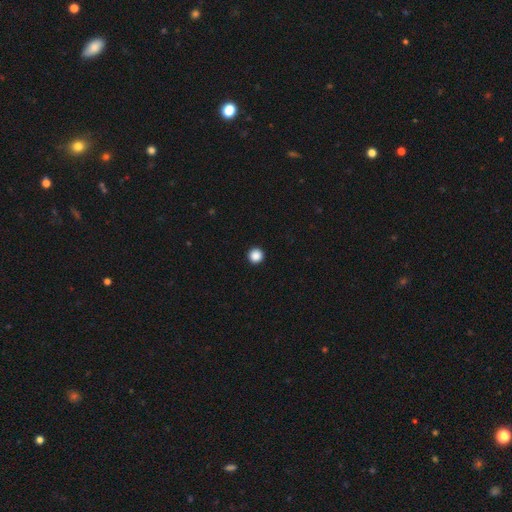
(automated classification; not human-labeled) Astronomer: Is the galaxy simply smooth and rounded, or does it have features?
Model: smooth — 88%.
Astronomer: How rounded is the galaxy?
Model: round — 97%.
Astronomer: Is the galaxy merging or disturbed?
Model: none — 94%.